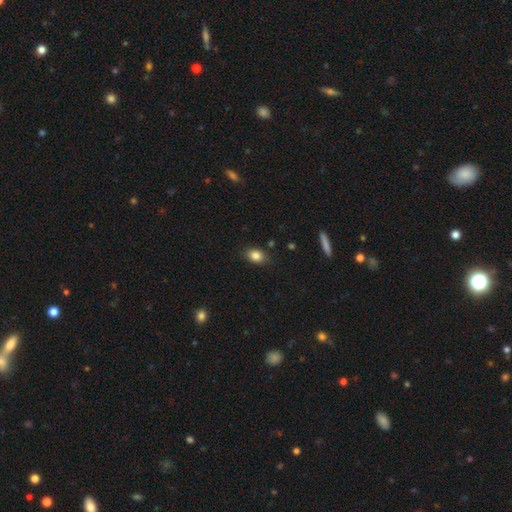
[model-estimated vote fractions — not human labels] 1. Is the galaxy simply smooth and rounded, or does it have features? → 85% smooth, 9% star or artifact, 6% featured or disk.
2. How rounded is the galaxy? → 73% in between, 25% round, 2% cigar-shaped.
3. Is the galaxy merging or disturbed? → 85% none, 11% minor disturbance, 3% major disturbance, 2% merger.